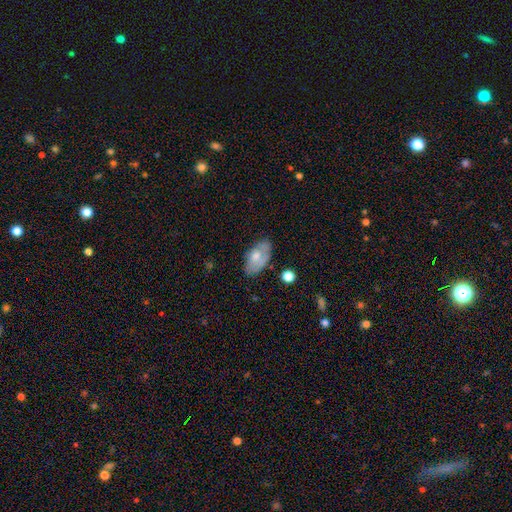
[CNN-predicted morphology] Q: Smooth or featured?
A: smooth (52%); runner-up: featured or disk (39%)
Q: How rounded?
A: in between (91%); runner-up: round (5%)
Q: Merging?
A: none (69%); runner-up: minor disturbance (23%)